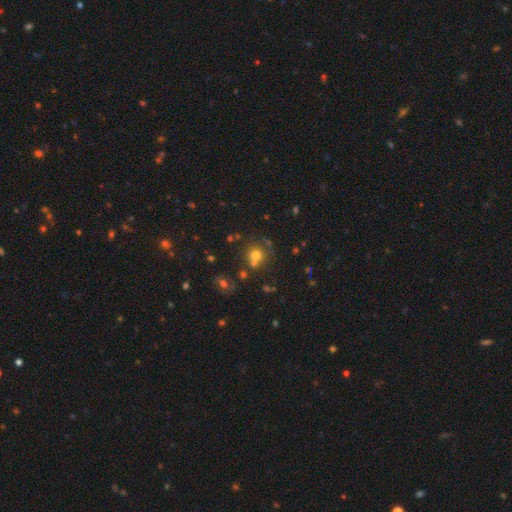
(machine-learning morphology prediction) type=smooth (69%); roundness=round (87%); merging=none (57%).